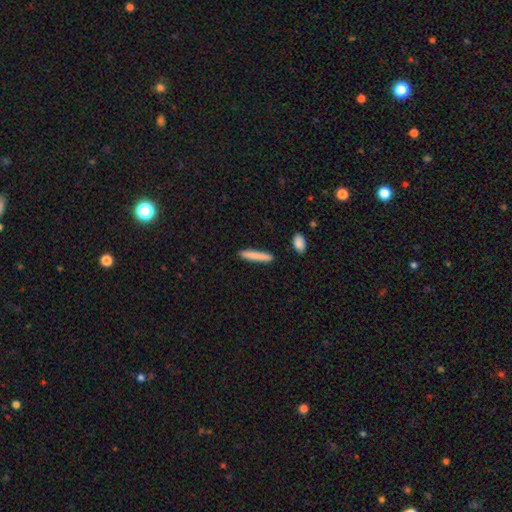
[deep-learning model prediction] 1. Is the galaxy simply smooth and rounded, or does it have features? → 81% smooth, 13% featured or disk, 6% star or artifact.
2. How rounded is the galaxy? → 92% cigar-shaped, 7% in between, 1% round.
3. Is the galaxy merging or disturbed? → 87% none, 8% minor disturbance, 3% merger, 2% major disturbance.